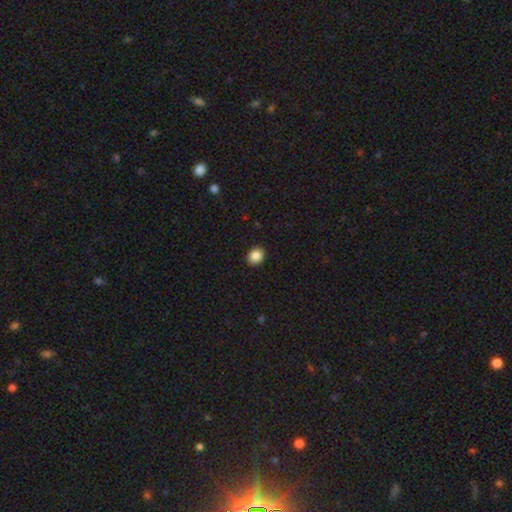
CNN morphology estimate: Smooth or featured? smooth (87%)
How rounded? round (56%)
Merging? none (91%)